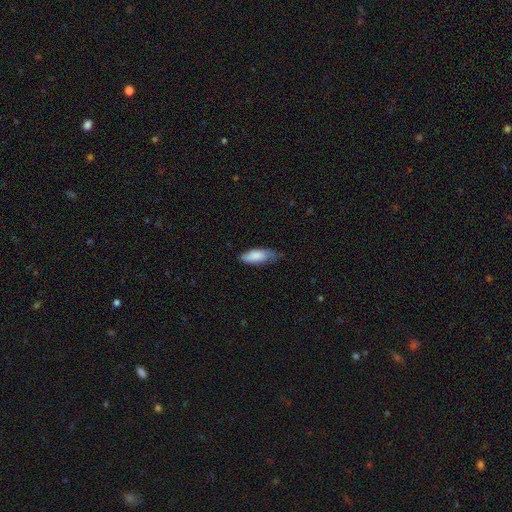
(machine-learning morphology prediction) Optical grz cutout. It shows a smooth galaxy with no disk features (82%) that is in between round and cigar-shaped (75%). Merging: none (54%).